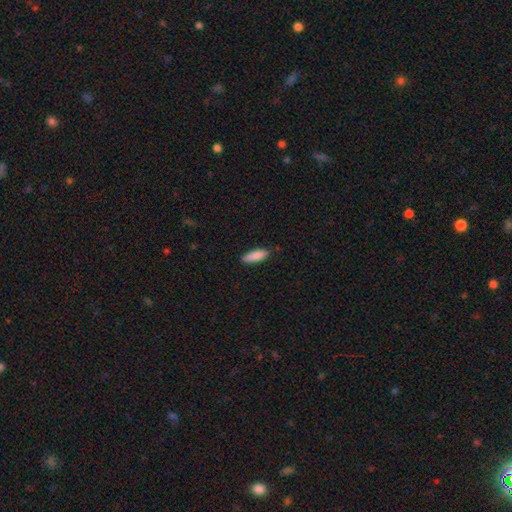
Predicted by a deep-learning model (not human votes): smooth_or_featured: smooth (p=0.88) [alt: star or artifact p=0.06]
how_rounded: in between (p=0.55) [alt: cigar-shaped p=0.43]
merging: none (p=0.85) [alt: minor disturbance p=0.12]